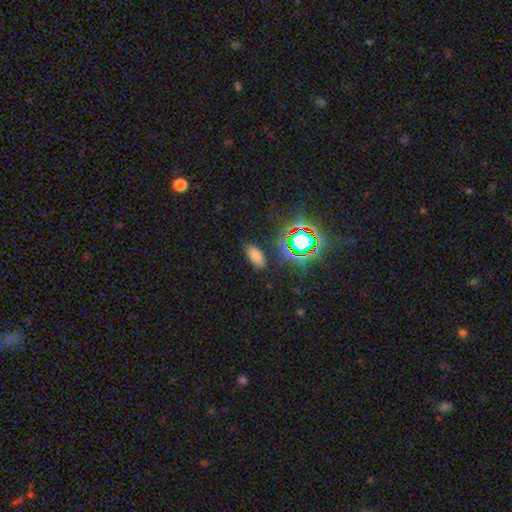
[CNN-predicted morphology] type=smooth (68%); roundness=in between (91%); merging=none (84%).